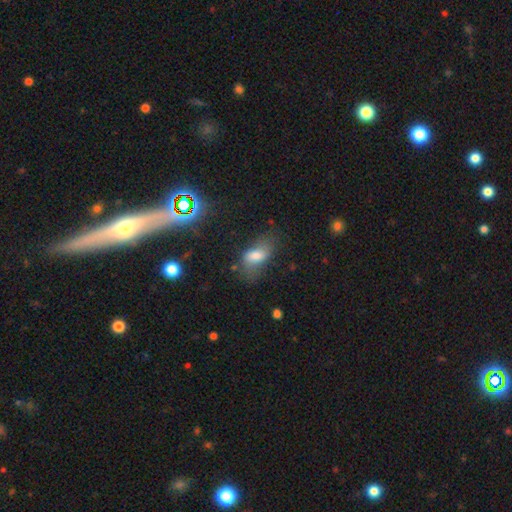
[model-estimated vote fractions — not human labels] smooth_or_featured: smooth (p=0.68) [alt: featured or disk p=0.20]
how_rounded: in between (p=0.87) [alt: cigar-shaped p=0.07]
merging: none (p=0.48) [alt: minor disturbance p=0.27]